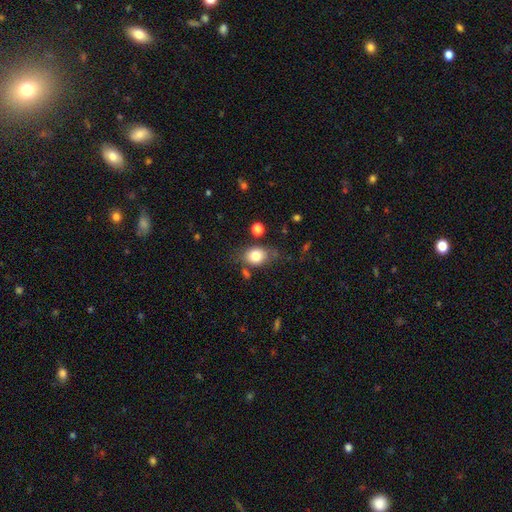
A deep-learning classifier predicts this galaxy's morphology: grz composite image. It shows a smooth galaxy with no disk features (80%) that is in between round and cigar-shaped (61%). Merging: none (68%).